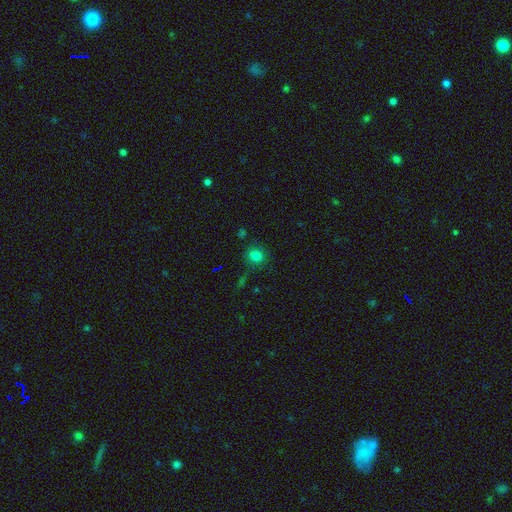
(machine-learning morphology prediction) Smooth or featured: smooth — 78% (star or artifact — 16%)
How rounded: round — 75% (in between — 24%)
Merging: none — 82% (minor disturbance — 11%)